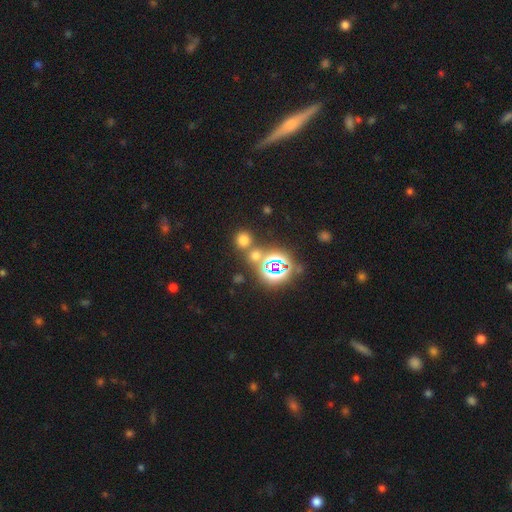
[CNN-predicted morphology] Smooth or featured: smooth — 52% (star or artifact — 41%)
How rounded: round — 85% (in between — 13%)
Merging: none — 71% (merger — 18%)